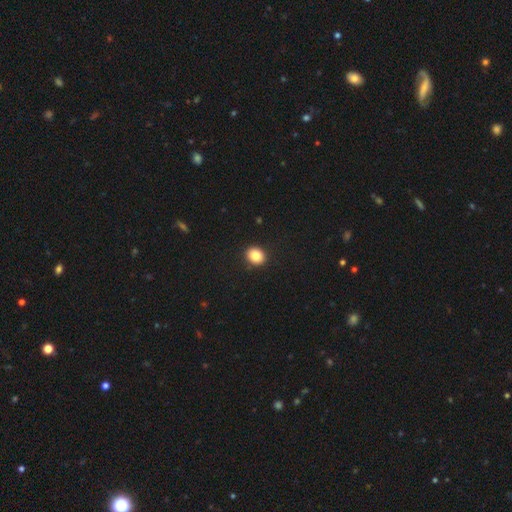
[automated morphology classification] Q: Smooth or featured?
A: smooth (85%); runner-up: star or artifact (10%)
Q: How rounded?
A: round (67%); runner-up: in between (33%)
Q: Merging?
A: none (91%); runner-up: minor disturbance (6%)